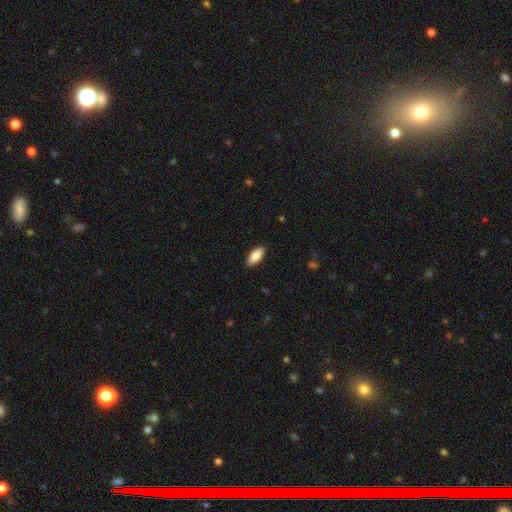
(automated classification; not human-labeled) Smooth or featured?
  - smooth: 86% *
  - featured or disk: 8%
  - star or artifact: 6%
How rounded?
  - in between: 87% *
  - cigar-shaped: 11%
  - round: 2%
Merging?
  - none: 89% *
  - minor disturbance: 8%
  - major disturbance: 2%
  - merger: 1%